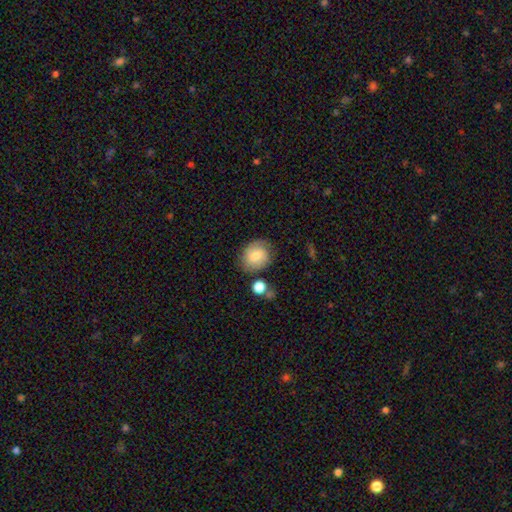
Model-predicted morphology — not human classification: type=smooth (69%); roundness=round (65%); merging=none (71%).